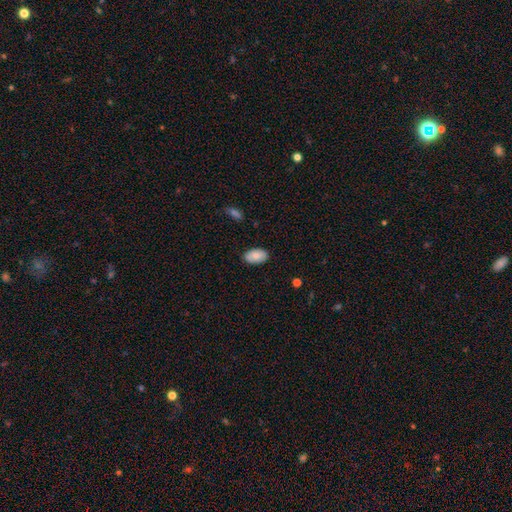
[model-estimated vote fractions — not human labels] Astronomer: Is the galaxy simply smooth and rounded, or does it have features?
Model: smooth — 82%.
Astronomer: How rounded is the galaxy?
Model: in between — 94%.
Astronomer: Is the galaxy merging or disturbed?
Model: none — 85%.